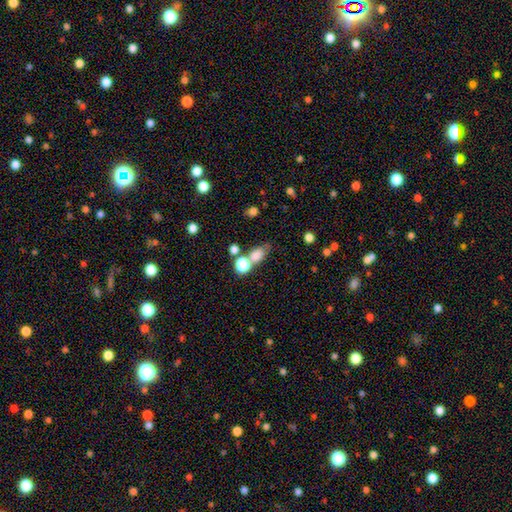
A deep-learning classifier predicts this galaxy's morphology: The model was most divided on "merging": none: 47%, merger: 32%, minor disturbance: 14%, major disturbance: 7%. More confident: smooth or featured — smooth (76%); how rounded — in between (64%).